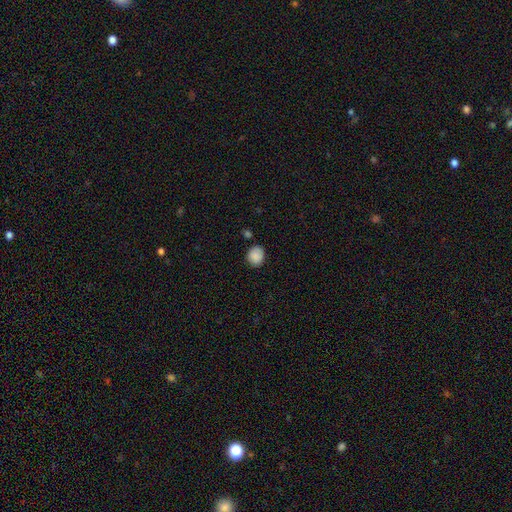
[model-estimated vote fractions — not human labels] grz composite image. It shows a smooth galaxy with no disk features (88%) that is round (73%). Merging: none (80%).